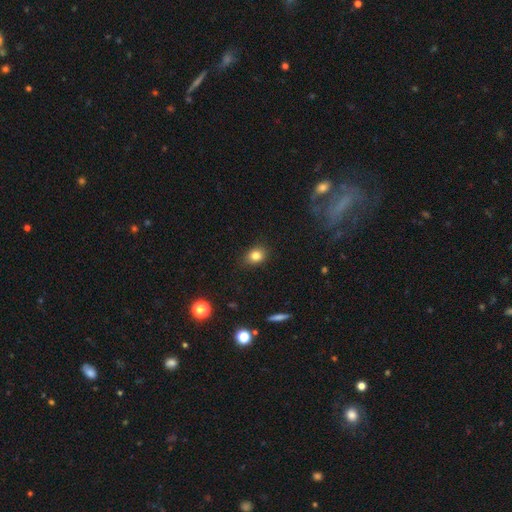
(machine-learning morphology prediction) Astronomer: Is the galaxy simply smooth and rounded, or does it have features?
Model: smooth — 81%.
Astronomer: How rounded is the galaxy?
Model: round — 52% (runner-up: in between, 47%).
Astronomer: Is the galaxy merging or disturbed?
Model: none — 83%.